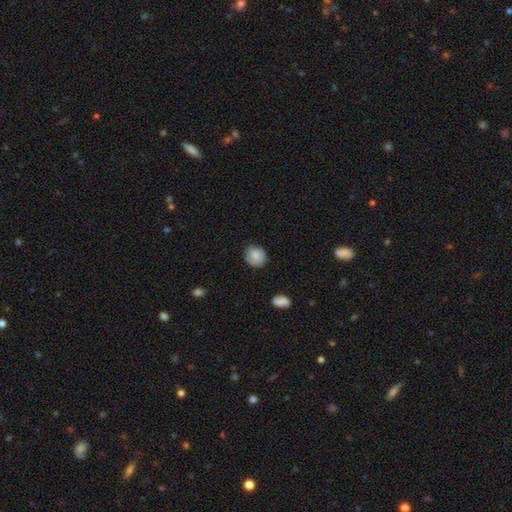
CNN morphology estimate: Q: Smooth or featured?
A: smooth (72%); runner-up: featured or disk (21%)
Q: How rounded?
A: round (77%); runner-up: in between (22%)
Q: Merging?
A: none (76%); runner-up: minor disturbance (19%)